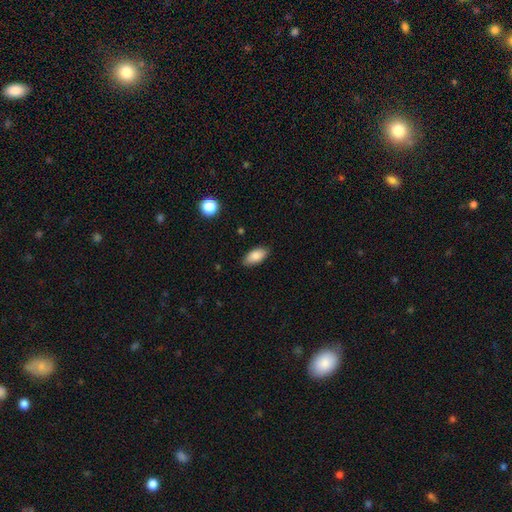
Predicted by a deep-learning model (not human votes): smooth_or_featured: smooth (p=0.86) [alt: star or artifact p=0.07]
how_rounded: in between (p=0.93) [alt: cigar-shaped p=0.05]
merging: none (p=0.86) [alt: minor disturbance p=0.11]